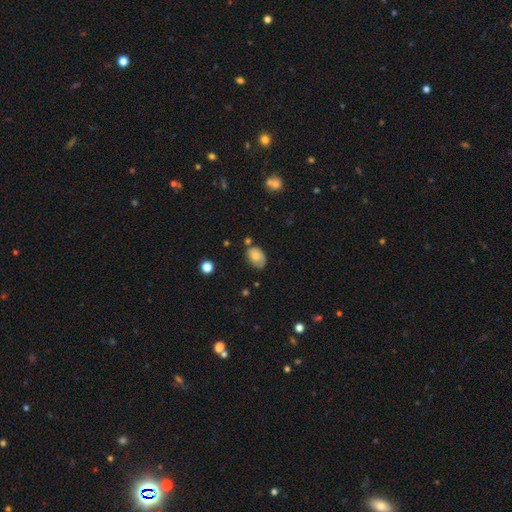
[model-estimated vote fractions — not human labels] Smooth or featured: smooth — 68% (featured or disk — 24%)
How rounded: in between — 83% (round — 16%)
Merging: none — 57% (minor disturbance — 30%)